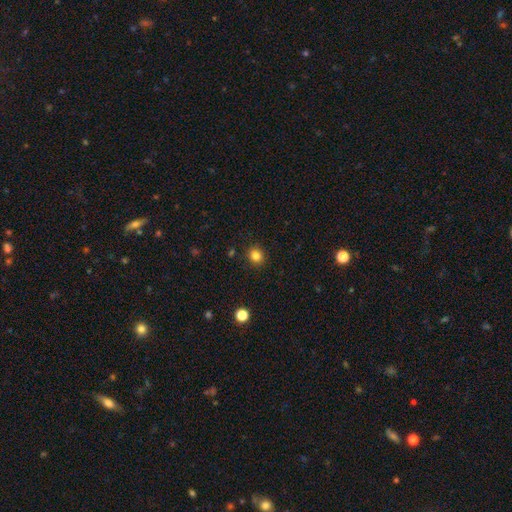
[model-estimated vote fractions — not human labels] A smooth galaxy with no disk features (83%) that is round (83%). Merging: none (90%).